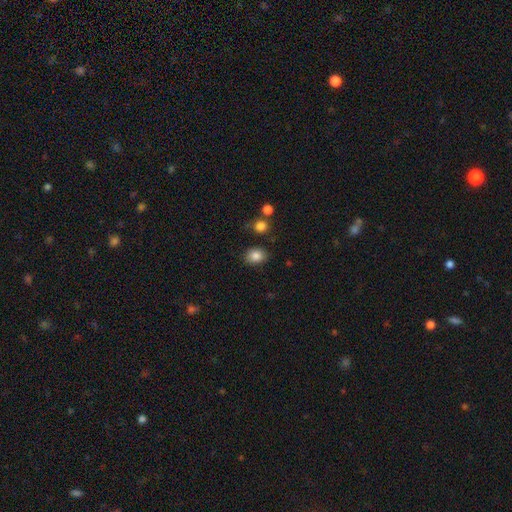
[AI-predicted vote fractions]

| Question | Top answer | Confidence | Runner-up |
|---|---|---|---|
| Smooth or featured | smooth | 85% | star or artifact (10%) |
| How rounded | in between | 57% | round (42%) |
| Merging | none | 81% | minor disturbance (12%) |